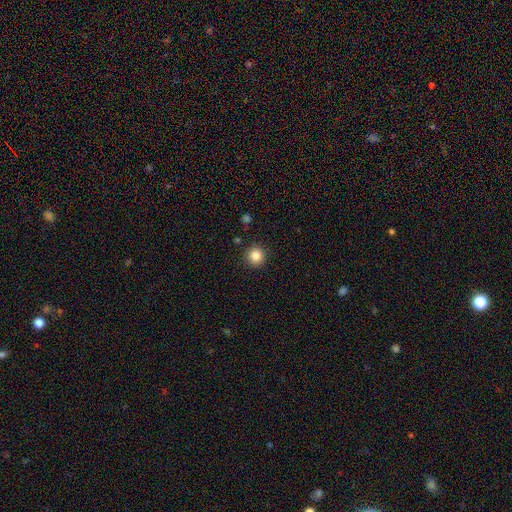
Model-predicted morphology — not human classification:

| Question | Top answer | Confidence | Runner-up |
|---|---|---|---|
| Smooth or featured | smooth | 85% | star or artifact (11%) |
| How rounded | round | 95% | in between (4%) |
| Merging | none | 91% | minor disturbance (5%) |